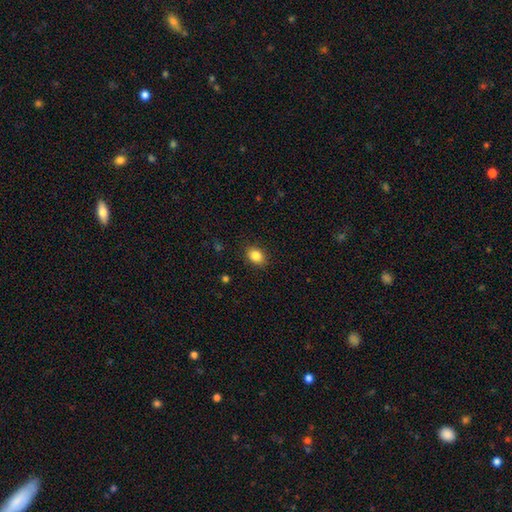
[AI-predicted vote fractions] The model was most divided on "how rounded": in between: 63%, round: 35%, cigar-shaped: 1%. More confident: merging — none (87%); smooth or featured — smooth (86%).